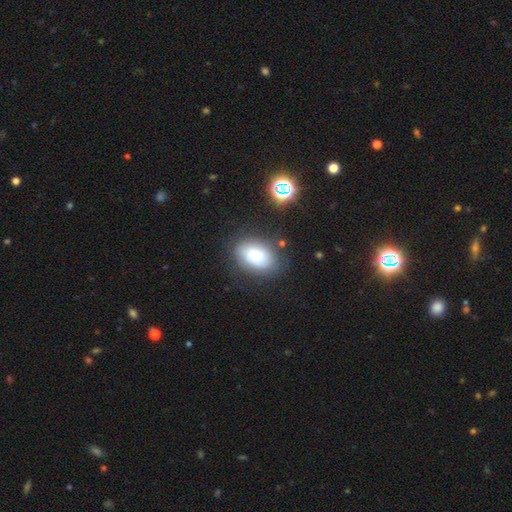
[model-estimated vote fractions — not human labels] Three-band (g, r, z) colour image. It shows a smooth galaxy with no disk features (74%) that is in between round and cigar-shaped (84%). Merging: none (73%).